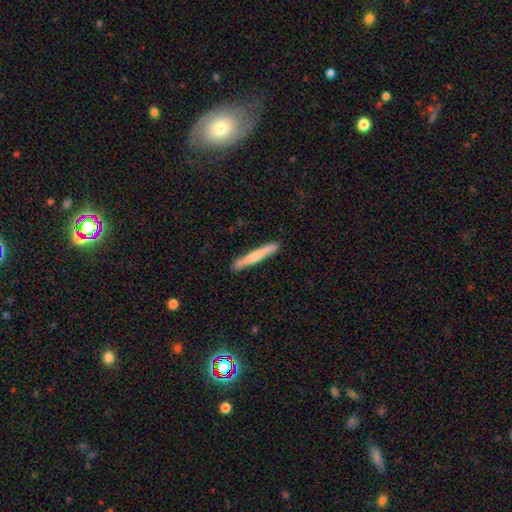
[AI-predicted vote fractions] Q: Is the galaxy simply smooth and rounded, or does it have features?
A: smooth — 62%.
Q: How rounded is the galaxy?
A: cigar-shaped — 96%.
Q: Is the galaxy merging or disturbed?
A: none — 90%.